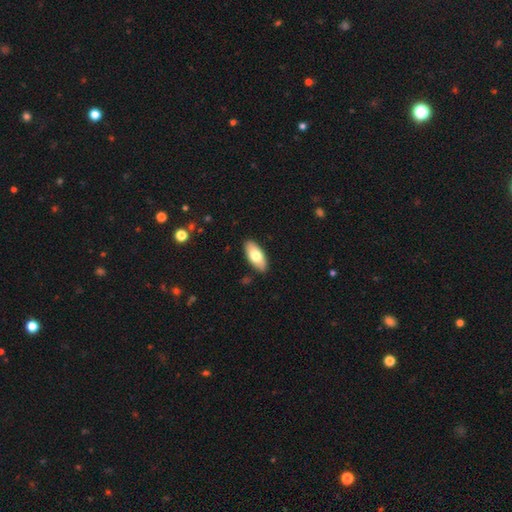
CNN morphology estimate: Smooth or featured? smooth (72%)
How rounded? in between (88%)
Merging? none (88%)